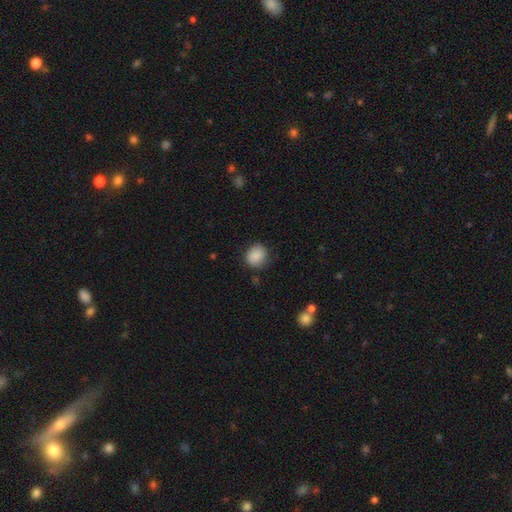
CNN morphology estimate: The model was most divided on "how rounded": round: 77%, in between: 22%, cigar-shaped: 1%. More confident: smooth or featured — smooth (88%); merging — none (76%).